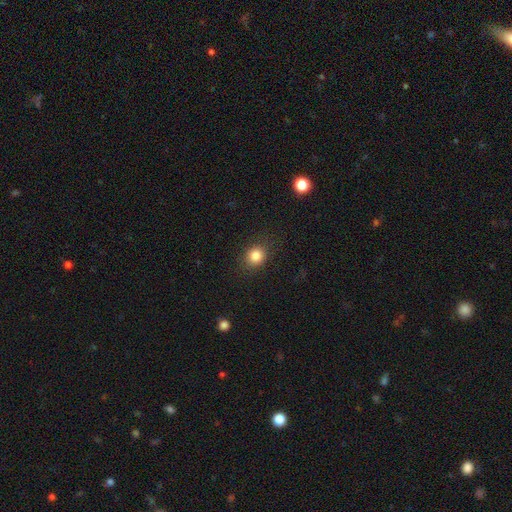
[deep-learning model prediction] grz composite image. It shows a smooth galaxy with no disk features (83%) that is round (74%). Merging: none (85%).